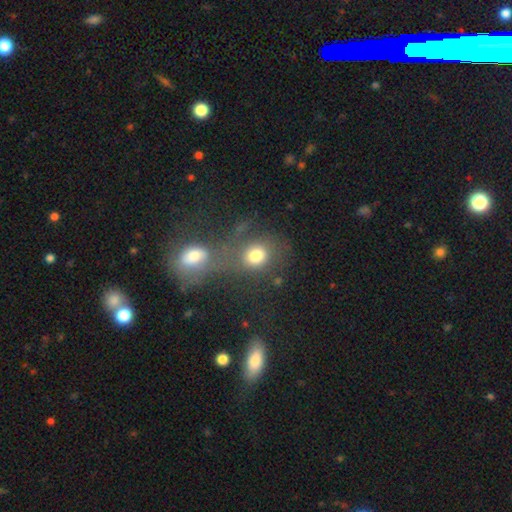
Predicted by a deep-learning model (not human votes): Morphology: type=smooth (72%); roundness=round (64%); merging=merger (46%).